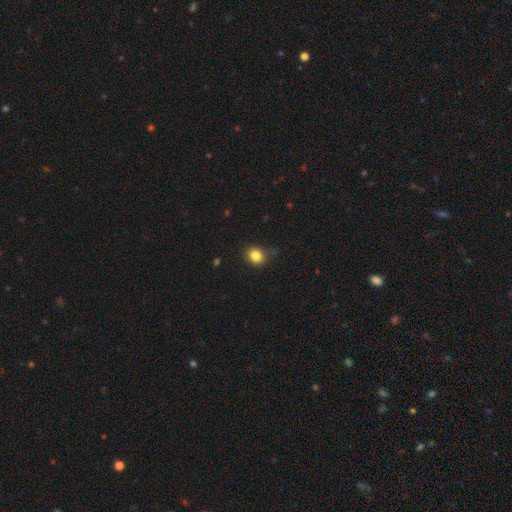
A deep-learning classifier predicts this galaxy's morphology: Smooth or featured? smooth (83%)
How rounded? round (75%)
Merging? none (75%)